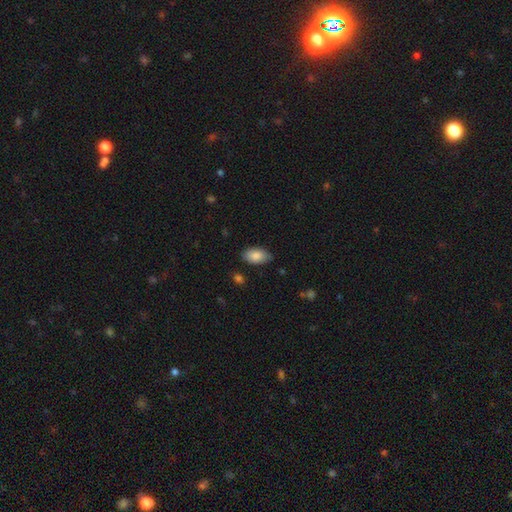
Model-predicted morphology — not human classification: This appears to be a smooth galaxy with no disk features (87%) that is in between round and cigar-shaped (94%). Merging: none (81%).